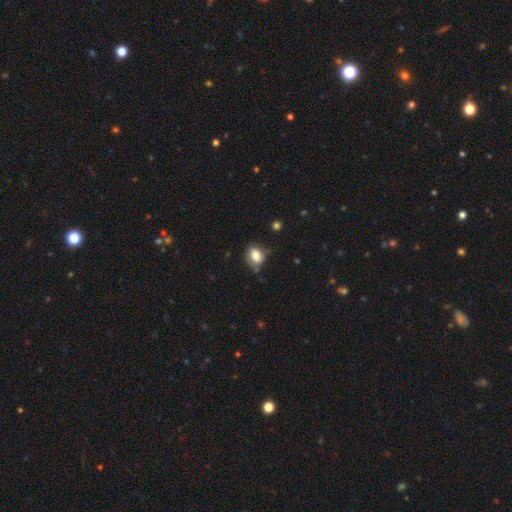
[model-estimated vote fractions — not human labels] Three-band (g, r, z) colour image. It shows a smooth galaxy with no disk features (79%) that is in between round and cigar-shaped (67%). Merging: none (60%).